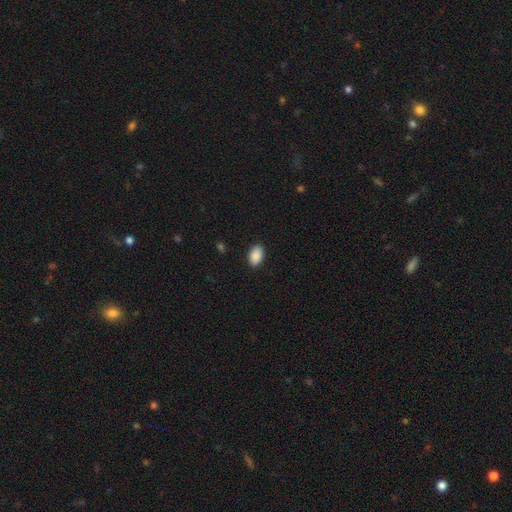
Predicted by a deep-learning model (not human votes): Smooth or featured: smooth — 90% (star or artifact — 7%)
How rounded: in between — 91% (round — 7%)
Merging: none — 89% (minor disturbance — 8%)